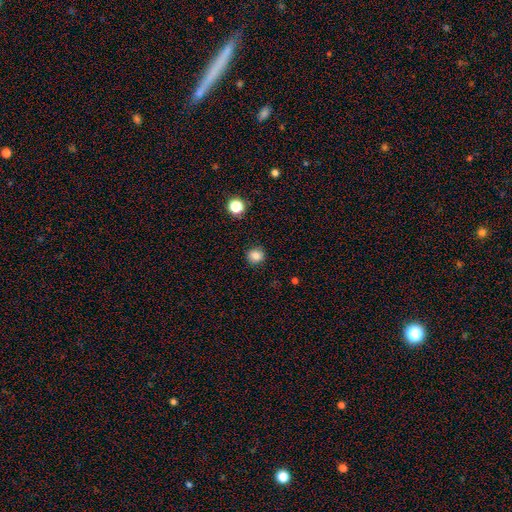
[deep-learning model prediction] This appears to be a smooth galaxy with no disk features (83%) that is round (92%). Merging: none (90%).